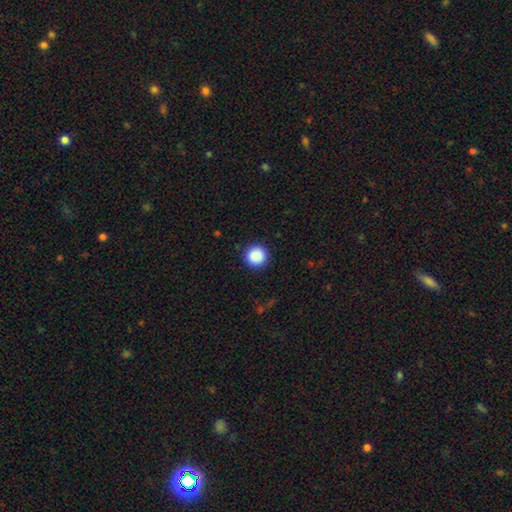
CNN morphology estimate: smooth 88%, star or artifact 9%, featured or disk 3%. Down the decision tree: how rounded — round (95%); merging — none (91%).